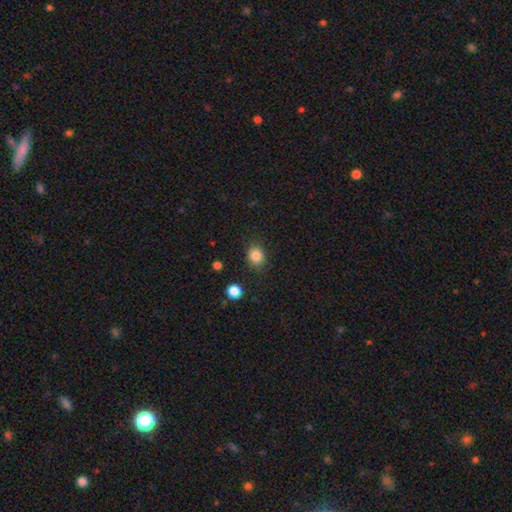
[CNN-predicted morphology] smooth 85%, star or artifact 10%, featured or disk 4%. Down the decision tree: how rounded — round (70%); merging — none (84%).